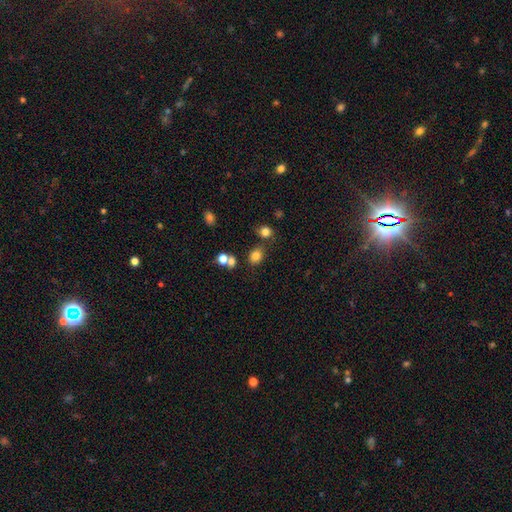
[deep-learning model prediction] smooth-or-featured: smooth: 79% | star or artifact: 15% | featured or disk: 6%
  how-rounded: round: 49% (tied) | in between: 49% (tied) | cigar-shaped: 1%
  merging: none: 68% | merger: 14% | minor disturbance: 13% | major disturbance: 5%